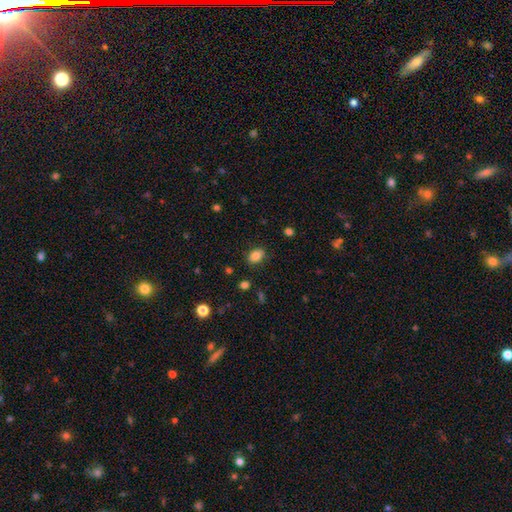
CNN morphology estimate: A smooth galaxy with no disk features (85%) that is in between round and cigar-shaped (78%). Merging: none (84%).